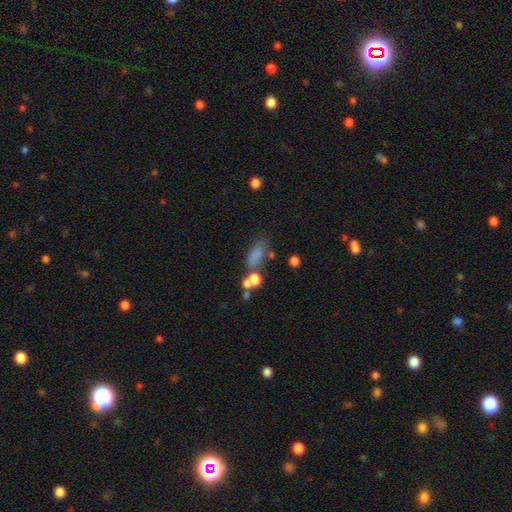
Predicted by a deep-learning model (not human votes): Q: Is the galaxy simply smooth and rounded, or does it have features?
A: smooth — 72%.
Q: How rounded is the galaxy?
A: in between — 72%.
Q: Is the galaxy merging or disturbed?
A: none — 47%.